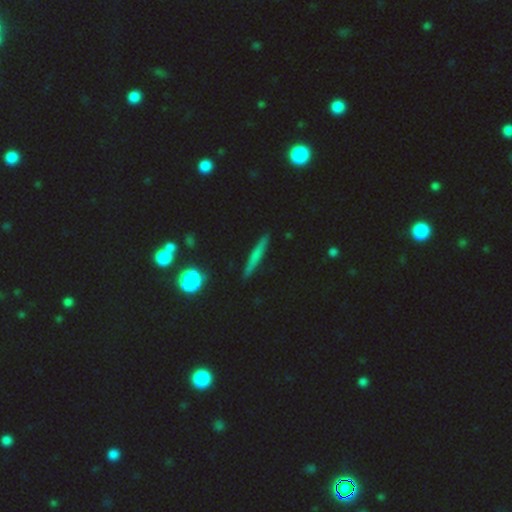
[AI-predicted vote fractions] This is possibly a smooth galaxy (53%). How rounded: clearly cigar-shaped (91%). Merging: clearly none (88%).